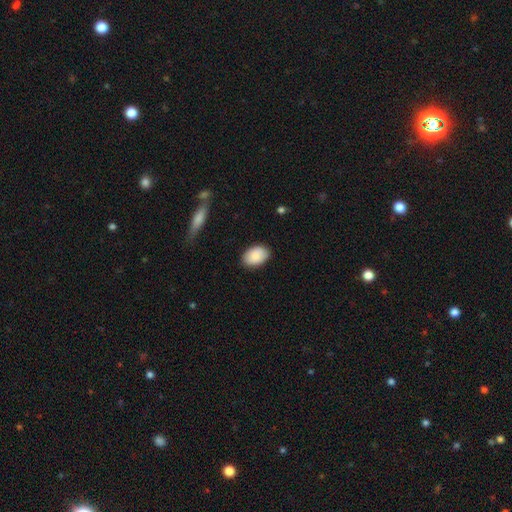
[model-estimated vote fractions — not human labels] This is clearly a smooth galaxy (89%). How rounded: clearly in between (90%). Merging: clearly none (85%).